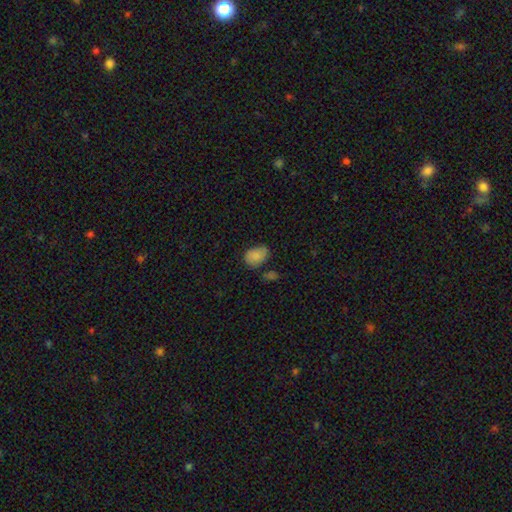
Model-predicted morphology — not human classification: This appears to be a smooth galaxy with no disk features (83%) that is in between round and cigar-shaped (75%). Merging: none (58%).